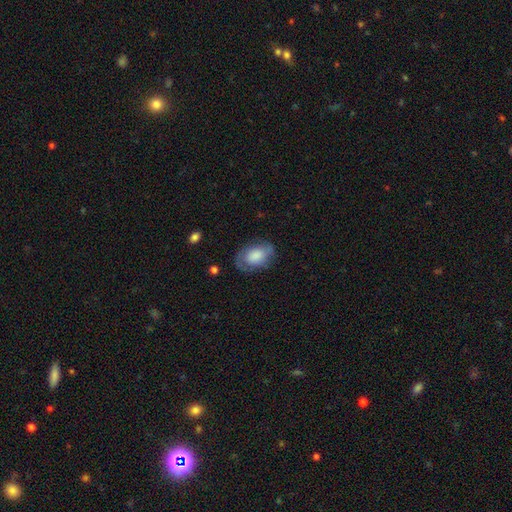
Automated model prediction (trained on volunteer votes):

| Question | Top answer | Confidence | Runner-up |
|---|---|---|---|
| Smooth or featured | smooth | 59% | featured or disk (33%) |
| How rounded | in between | 87% | round (12%) |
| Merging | none | 66% | minor disturbance (23%) |